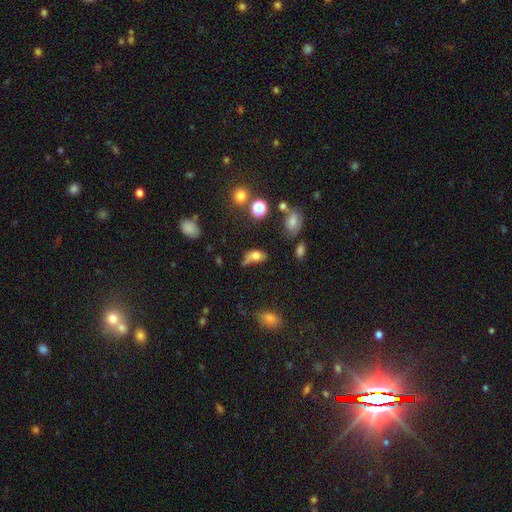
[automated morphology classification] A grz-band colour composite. It shows a smooth galaxy with no disk features (69%) that is in between round and cigar-shaped (78%). Merging: minor disturbance (32%).